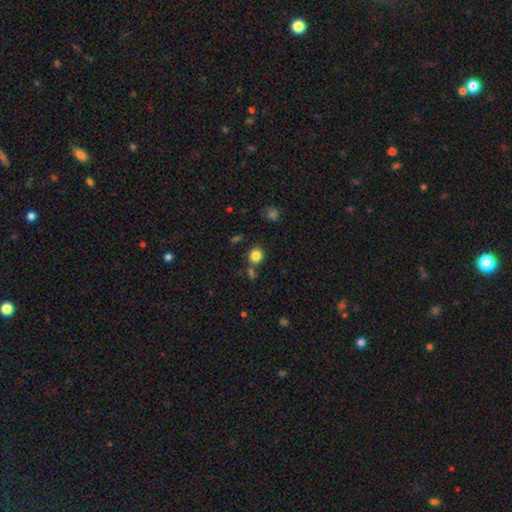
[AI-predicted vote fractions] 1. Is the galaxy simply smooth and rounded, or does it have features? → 82% smooth, 12% star or artifact, 6% featured or disk.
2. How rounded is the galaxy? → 83% round, 16% in between, 1% cigar-shaped.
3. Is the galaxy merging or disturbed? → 73% none, 13% merger, 10% minor disturbance, 4% major disturbance.